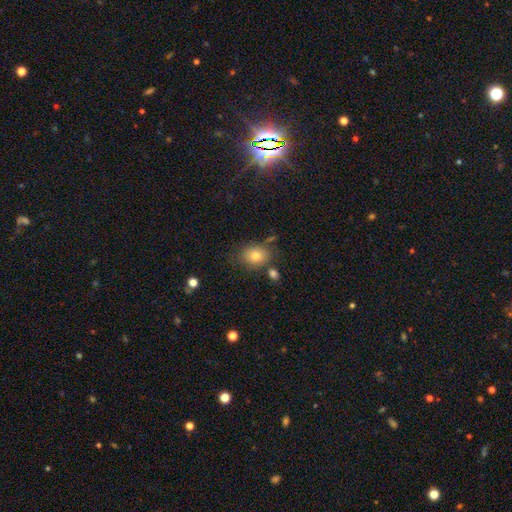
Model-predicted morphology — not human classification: This appears to be a smooth galaxy with no disk features (76%) that is round (51%). Merging: none (72%).